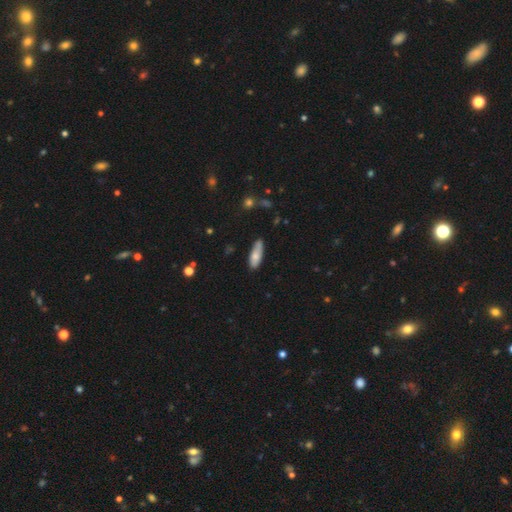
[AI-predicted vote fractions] Smooth or featured?
  - smooth: 73% *
  - featured or disk: 20%
  - star or artifact: 7%
How rounded?
  - in between: 58% *
  - cigar-shaped: 40%
  - round: 2%
Merging?
  - none: 66% *
  - minor disturbance: 24%
  - merger: 5%
  - major disturbance: 4%